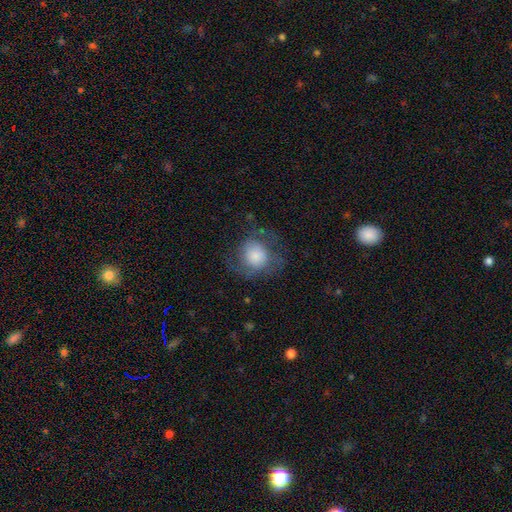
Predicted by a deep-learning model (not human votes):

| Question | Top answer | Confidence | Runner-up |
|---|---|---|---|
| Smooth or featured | smooth | 65% | featured or disk (27%) |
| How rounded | round | 75% | in between (24%) |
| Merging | none | 50% | major disturbance (25%) |